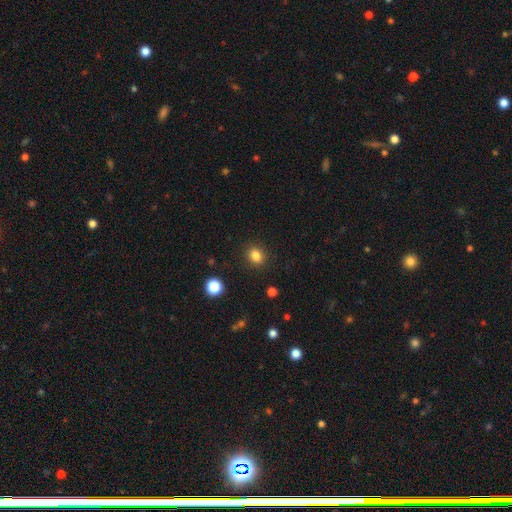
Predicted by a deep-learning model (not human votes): Morphology: type=smooth (84%); roundness=round (63%); merging=none (90%).